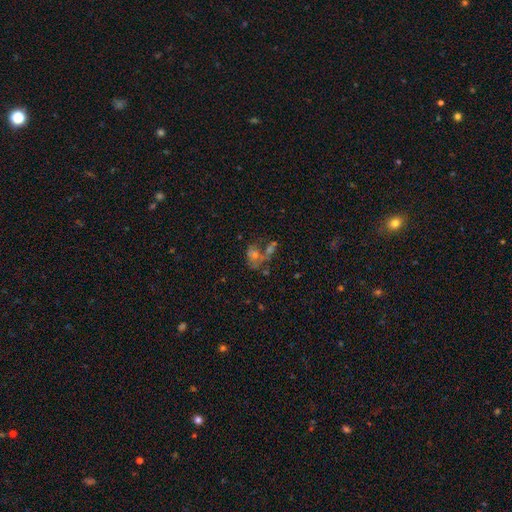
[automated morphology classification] A featured or disk galaxy (40%). Merging: merger (33%, tied with none).